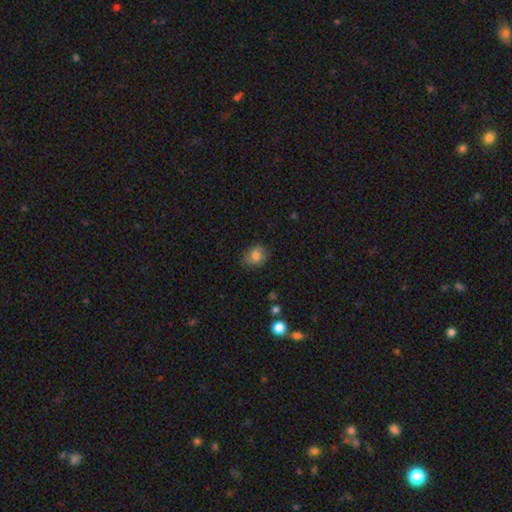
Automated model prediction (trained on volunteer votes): A smooth galaxy with no disk features (78%) that is round (53%).

Vote fractions:
- Smooth or featured? smooth: 78% / featured or disk: 13% / star or artifact: 10%
- How rounded? round: 53% / in between: 46% / cigar-shaped: 1%
- Merging? none: 74% / minor disturbance: 20% / major disturbance: 5% / merger: 1%